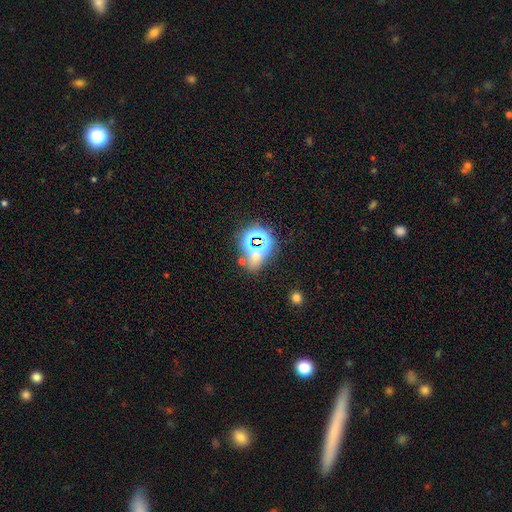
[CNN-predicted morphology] A star or artifact, not a galaxy (59%).

Vote fractions:
- Smooth or featured? star or artifact: 59% / smooth: 31% / featured or disk: 11%